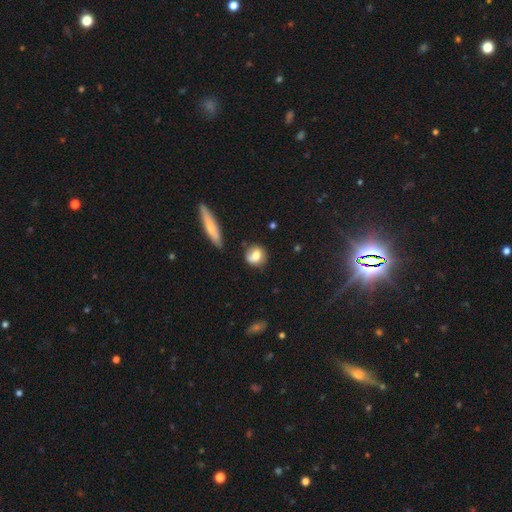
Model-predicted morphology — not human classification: This is likely a smooth galaxy (72%). How rounded: likely round (76%). Merging: likely none (71%).